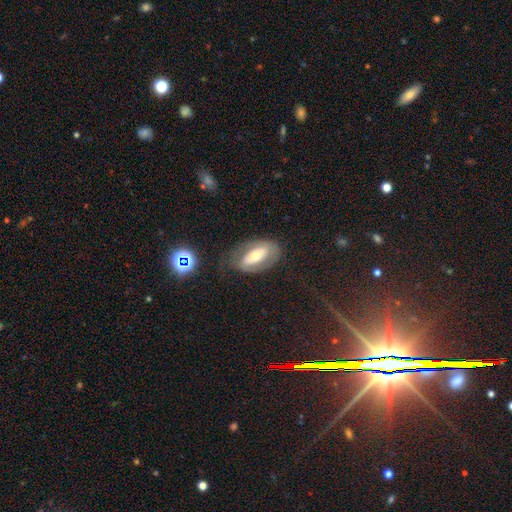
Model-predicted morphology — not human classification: smooth-or-featured: featured or disk: 61% | smooth: 31% | star or artifact: 8%
  disk-edge-on: no: 90% | yes: 10%
    bar: no: 44% | strong: 30% | weak: 26%
    has-spiral-arms: no: 54% | yes: 46%
    bulge-size: moderate: 63% | small: 26% | large: 8% | dominant: 1% | none: 1%
  merging: none: 65% | minor disturbance: 20% | major disturbance: 13% | merger: 2%